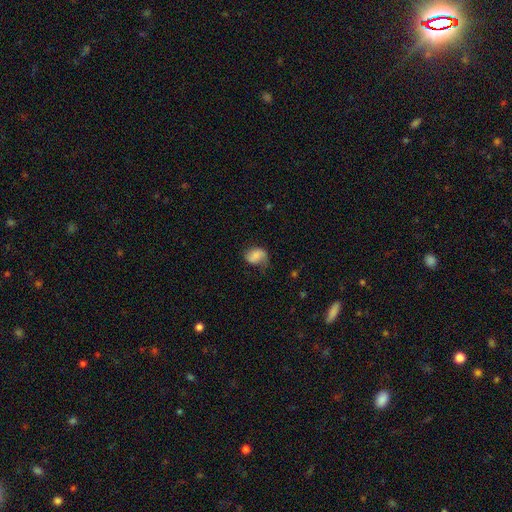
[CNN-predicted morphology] Smooth or featured?
  - smooth: 67% *
  - featured or disk: 25%
  - star or artifact: 9%
How rounded?
  - in between: 64% *
  - round: 35%
  - cigar-shaped: 1%
Merging?
  - none: 45% *
  - minor disturbance: 33%
  - major disturbance: 20%
  - merger: 2%